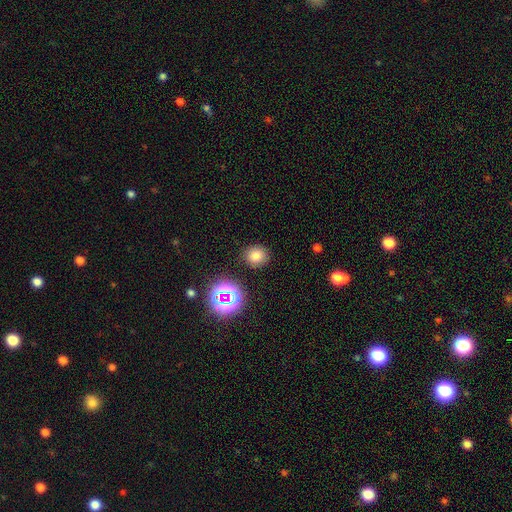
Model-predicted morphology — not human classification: smooth-or-featured: smooth: 74% | star or artifact: 19% | featured or disk: 7%
  how-rounded: round: 78% | in between: 21% | cigar-shaped: 1%
  merging: none: 86% | minor disturbance: 8% | major disturbance: 3% | merger: 3%